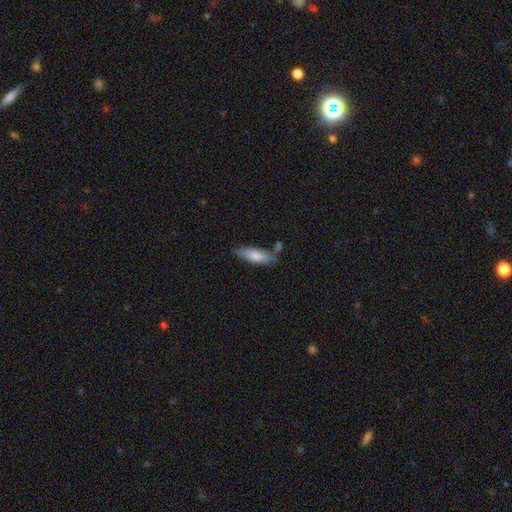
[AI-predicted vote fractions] A smooth galaxy with no disk features (78%) that is in between round and cigar-shaped (53%). Merging: none (66%).